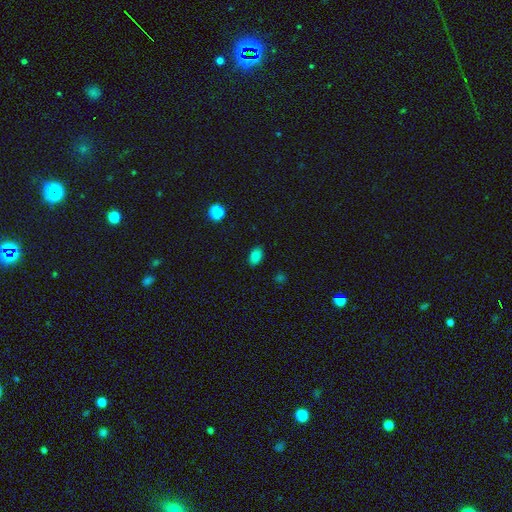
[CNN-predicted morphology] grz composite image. It shows a smooth galaxy with no disk features (82%) that is in between round and cigar-shaped (88%). Merging: none (87%).